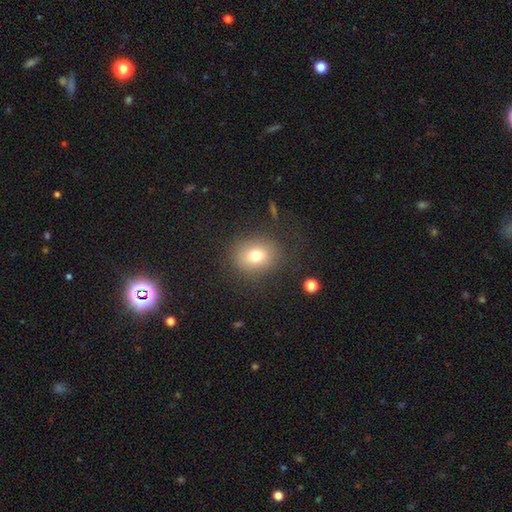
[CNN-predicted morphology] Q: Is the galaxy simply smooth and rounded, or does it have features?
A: smooth — 75%.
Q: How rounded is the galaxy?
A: round — 64%.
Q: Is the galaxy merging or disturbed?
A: none — 81%.